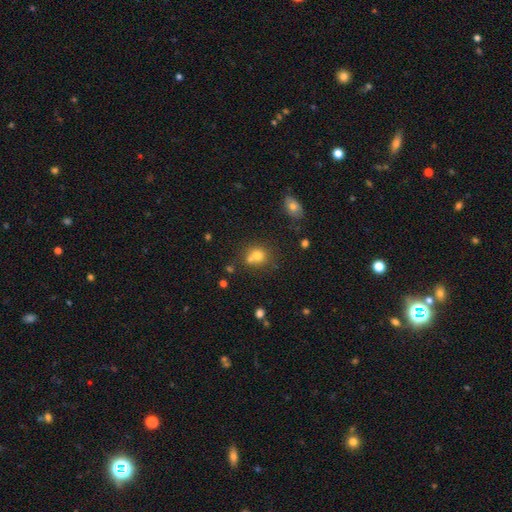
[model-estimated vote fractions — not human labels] Smooth or featured? Predicted: smooth (p=0.73). How rounded? Predicted: round (p=0.77). Merging? Predicted: none (p=0.46).